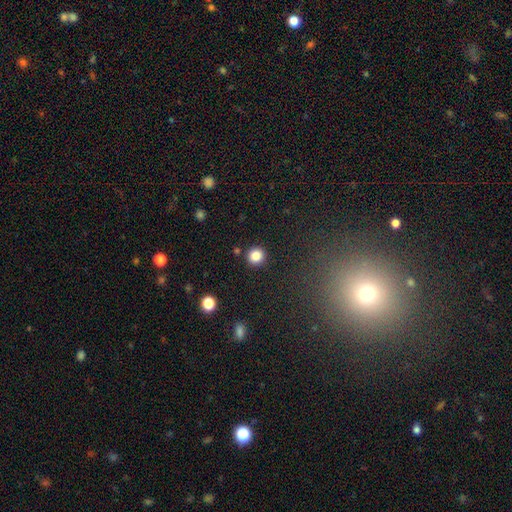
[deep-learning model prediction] Overall: smooth (85%). How rounded: round (92%). Merging: none (90%).